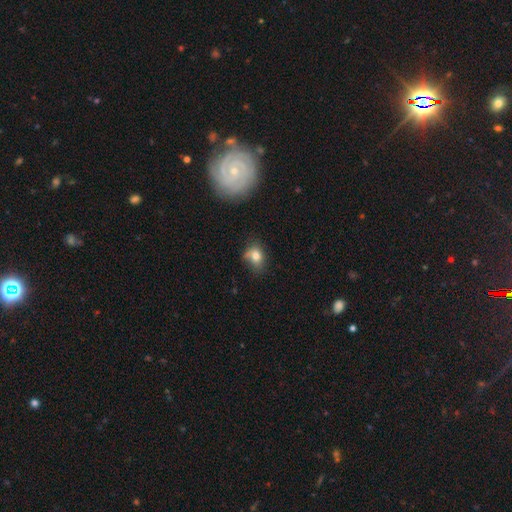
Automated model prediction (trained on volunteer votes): Smooth or featured: smooth — 76% (featured or disk — 12%)
How rounded: in between — 56% (round — 43%)
Merging: none — 48% (minor disturbance — 32%)